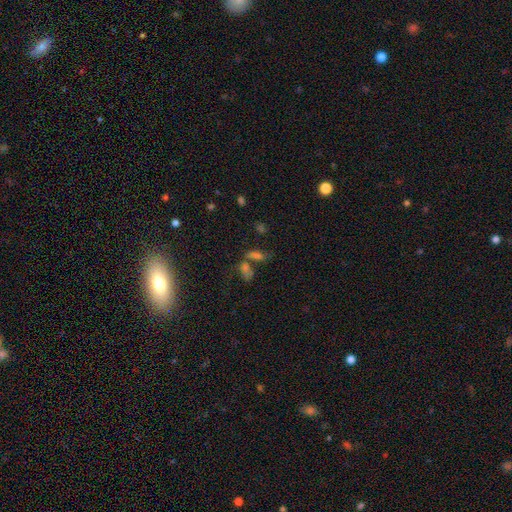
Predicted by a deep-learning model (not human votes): Q: Smooth or featured?
A: smooth (51%); runner-up: star or artifact (31%)
Q: How rounded?
A: in between (59%); runner-up: cigar-shaped (29%)
Q: Merging?
A: none (46%); runner-up: merger (36%)